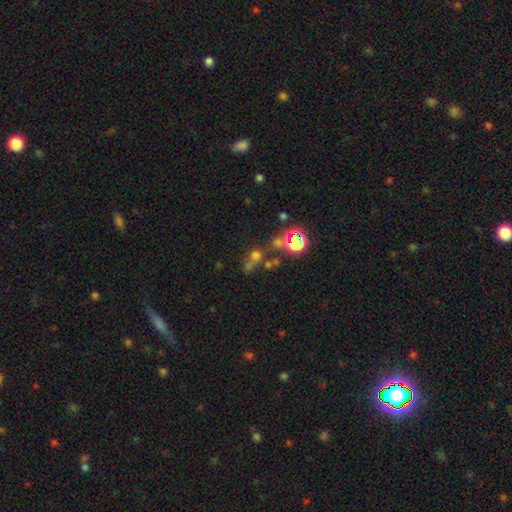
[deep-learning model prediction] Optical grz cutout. It shows a star or artifact, not a galaxy (47%).